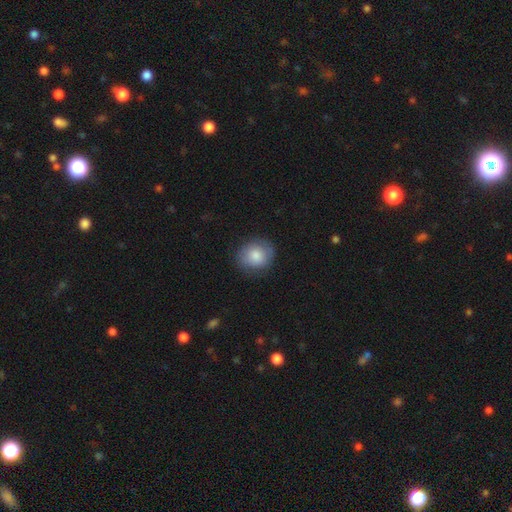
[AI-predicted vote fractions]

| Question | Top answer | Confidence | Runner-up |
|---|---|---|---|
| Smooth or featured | smooth | 82% | featured or disk (11%) |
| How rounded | round | 74% | in between (25%) |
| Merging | none | 81% | minor disturbance (14%) |